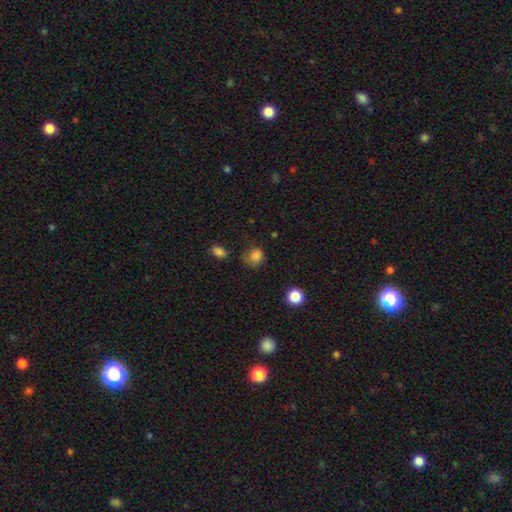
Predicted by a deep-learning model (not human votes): Q: Smooth or featured?
A: smooth (82%); runner-up: star or artifact (12%)
Q: How rounded?
A: round (67%); runner-up: in between (32%)
Q: Merging?
A: none (50%); runner-up: minor disturbance (32%)